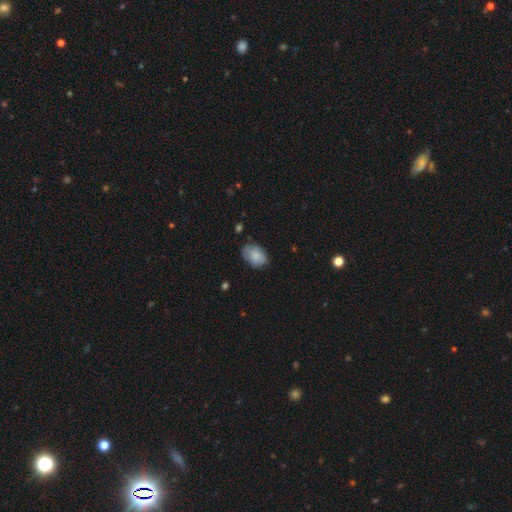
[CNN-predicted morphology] smooth_or_featured: smooth (p=0.77) [alt: featured or disk p=0.16]
how_rounded: in between (p=0.84) [alt: round p=0.14]
merging: none (p=0.67) [alt: minor disturbance p=0.26]